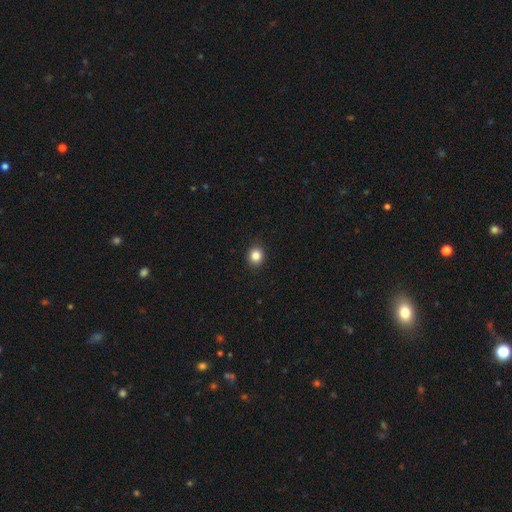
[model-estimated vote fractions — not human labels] Q: Smooth or featured?
A: smooth (84%); runner-up: star or artifact (11%)
Q: How rounded?
A: round (82%); runner-up: in between (17%)
Q: Merging?
A: none (92%); runner-up: minor disturbance (6%)